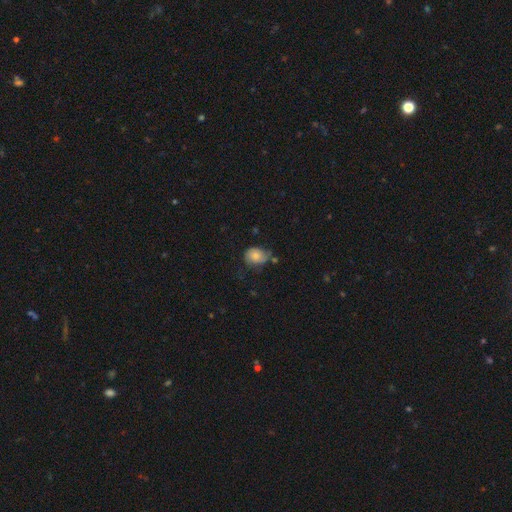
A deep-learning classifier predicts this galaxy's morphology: Smooth or featured? Predicted: smooth (p=0.71). How rounded? Predicted: in between (p=0.52). Merging? Predicted: none (p=0.50).